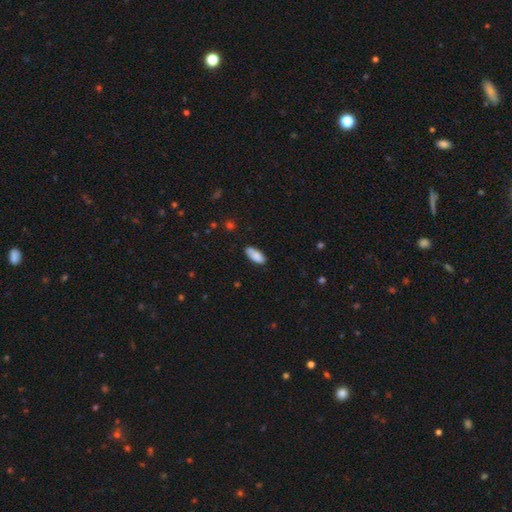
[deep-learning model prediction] smooth 84%, featured or disk 10%, star or artifact 7%. Down the decision tree: how rounded — in between (86%); merging — none (74%).